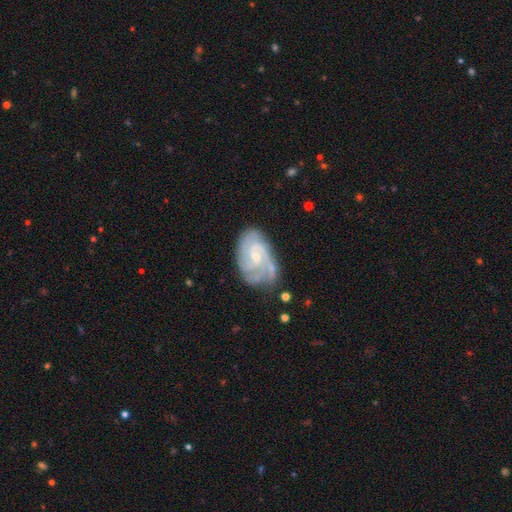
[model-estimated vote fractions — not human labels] Smooth or featured? Predicted: featured or disk (p=0.87). Edge-on disk? Predicted: no (p=0.97). Bar? Predicted: no (p=0.51). Spiral arms? Predicted: yes (p=0.98). Spiral winding? Predicted: tight (p=0.61). Spiral arm count? Predicted: 3 (p=0.39). Bulge size? Predicted: small (p=0.60). Merging? Predicted: none (p=0.68).